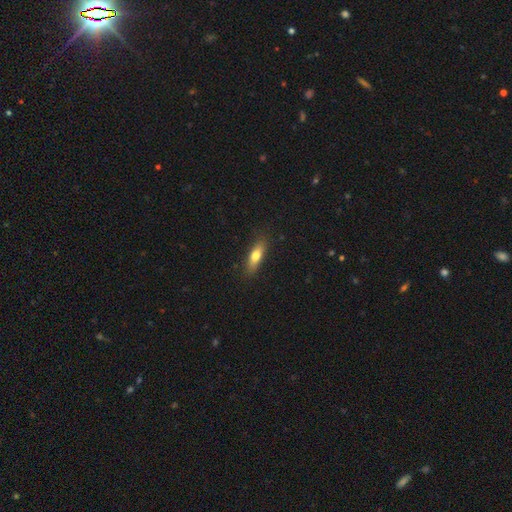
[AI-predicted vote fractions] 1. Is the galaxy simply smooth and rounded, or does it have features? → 71% smooth, 23% featured or disk, 7% star or artifact.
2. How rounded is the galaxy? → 50% in between, 47% cigar-shaped, 3% round.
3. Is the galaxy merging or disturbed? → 84% none, 12% minor disturbance, 3% major disturbance, 1% merger.